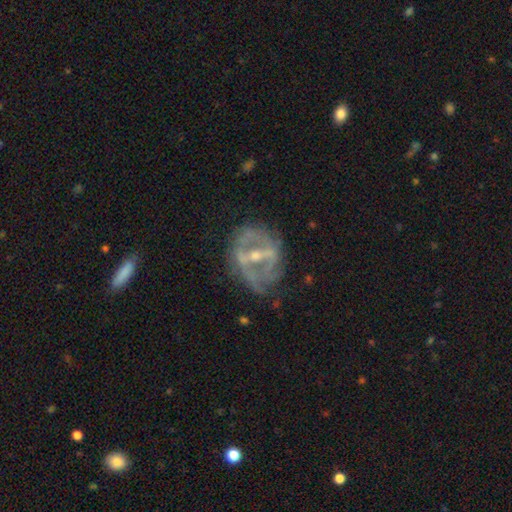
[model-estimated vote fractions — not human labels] Overall: featured or disk (80%). Edge-on disk: no (94%). Bar: strong (54%; weak 31%). Spiral arms: yes (55%; no 45%). Bulge size: small (55%; moderate 40%). Merging: none (52%; minor disturbance 25%).